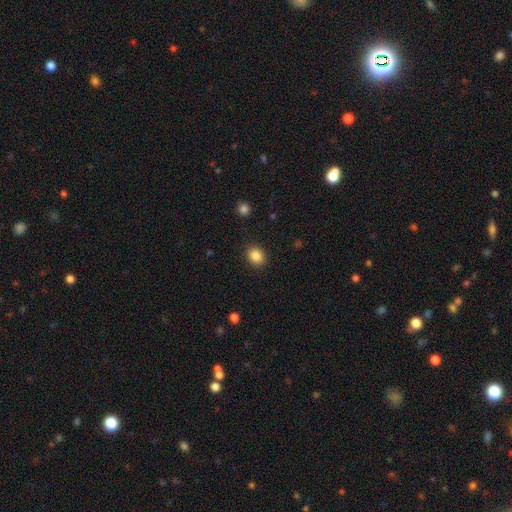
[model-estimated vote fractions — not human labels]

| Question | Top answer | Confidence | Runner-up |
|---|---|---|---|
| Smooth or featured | smooth | 86% | star or artifact (10%) |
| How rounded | round | 62% | in between (37%) |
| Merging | none | 89% | minor disturbance (7%) |